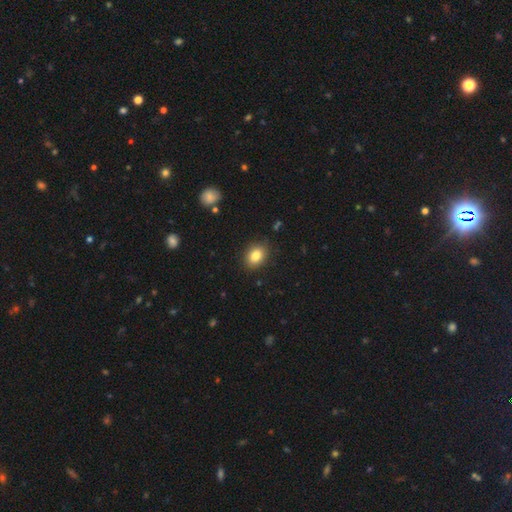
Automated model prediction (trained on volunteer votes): Smooth or featured?
  - smooth: 84% *
  - star or artifact: 9%
  - featured or disk: 7%
How rounded?
  - in between: 66% *
  - round: 33%
  - cigar-shaped: 1%
Merging?
  - none: 87% *
  - minor disturbance: 9%
  - major disturbance: 2%
  - merger: 1%